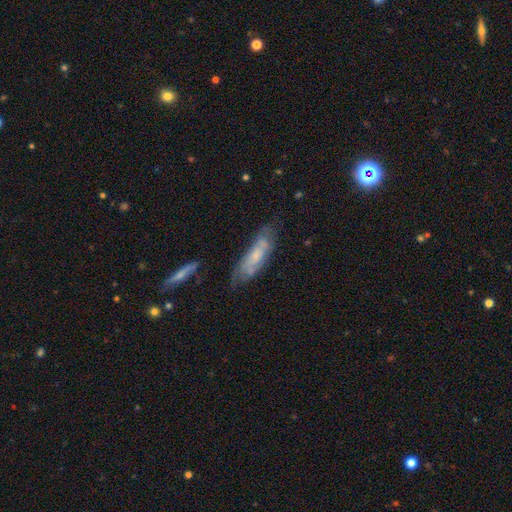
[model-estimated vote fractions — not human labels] Q: Smooth or featured?
A: featured or disk (48%); runner-up: smooth (45%)
Q: Merging?
A: none (58%); runner-up: minor disturbance (27%)